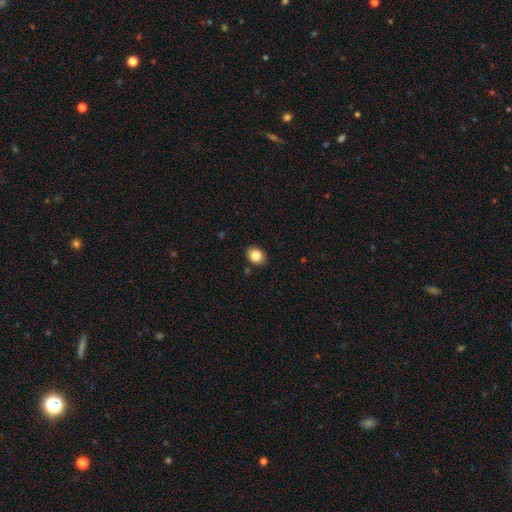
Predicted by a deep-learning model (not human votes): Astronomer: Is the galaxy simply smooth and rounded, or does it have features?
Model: smooth — 85%.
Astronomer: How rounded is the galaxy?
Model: round — 53% (runner-up: in between, 47%).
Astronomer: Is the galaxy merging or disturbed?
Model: none — 88%.